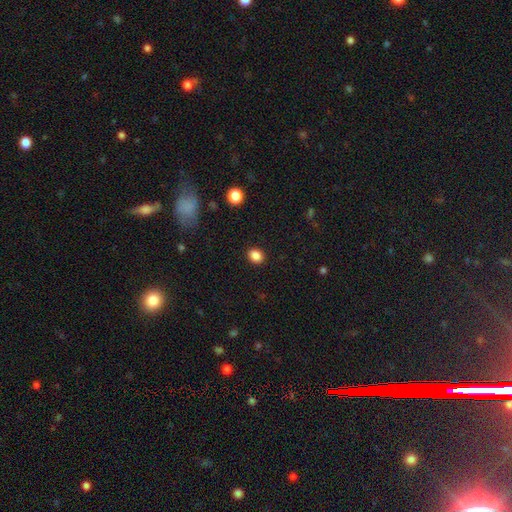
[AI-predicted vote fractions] Q: Smooth or featured?
A: smooth (86%); runner-up: star or artifact (10%)
Q: How rounded?
A: round (54%); runner-up: in between (45%)
Q: Merging?
A: none (90%); runner-up: minor disturbance (7%)